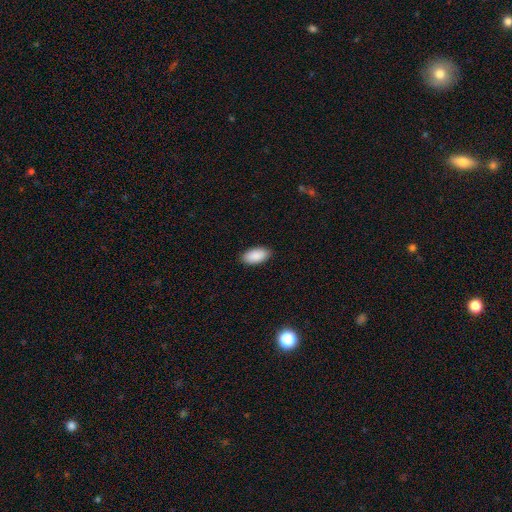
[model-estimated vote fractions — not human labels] This is clearly a smooth galaxy (91%). How rounded: clearly in between (95%). Merging: clearly none (89%).